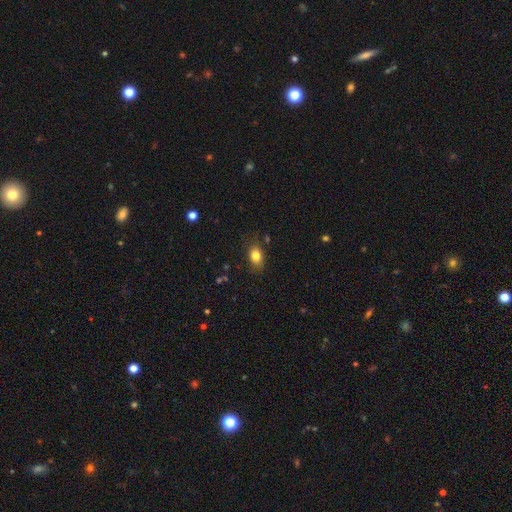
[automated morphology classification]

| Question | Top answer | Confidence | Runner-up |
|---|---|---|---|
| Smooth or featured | smooth | 82% | star or artifact (9%) |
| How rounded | in between | 78% | round (19%) |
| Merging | none | 80% | minor disturbance (15%) |